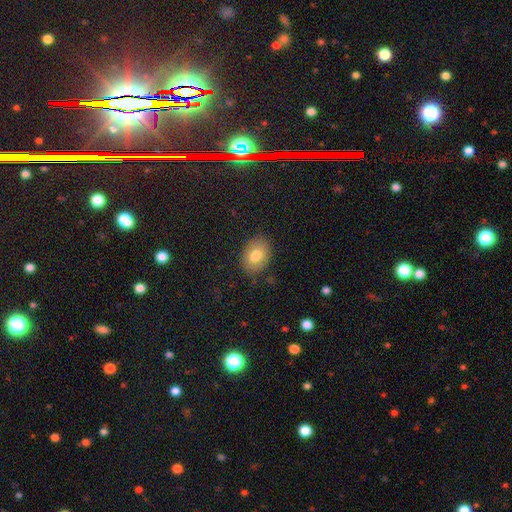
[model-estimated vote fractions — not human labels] A smooth galaxy with no disk features (76%) that is in between round and cigar-shaped (74%).

Vote fractions:
- Smooth or featured? smooth: 76% / featured or disk: 16% / star or artifact: 8%
- How rounded? in between: 74% / round: 25% / cigar-shaped: 1%
- Merging? none: 81% / minor disturbance: 14% / major disturbance: 3% / merger: 1%